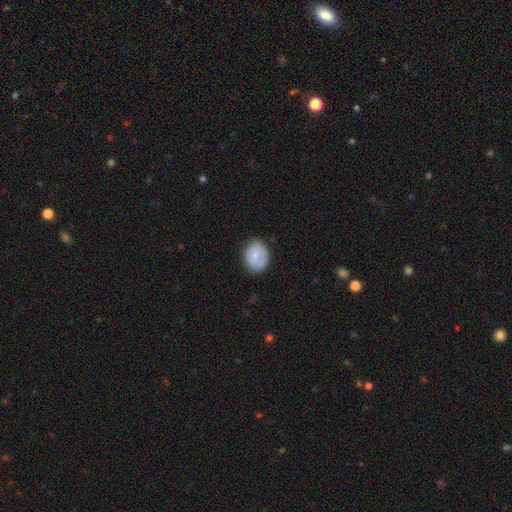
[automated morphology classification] This appears to be a smooth galaxy with no disk features (77%) that is round (51%). Merging: none (80%).